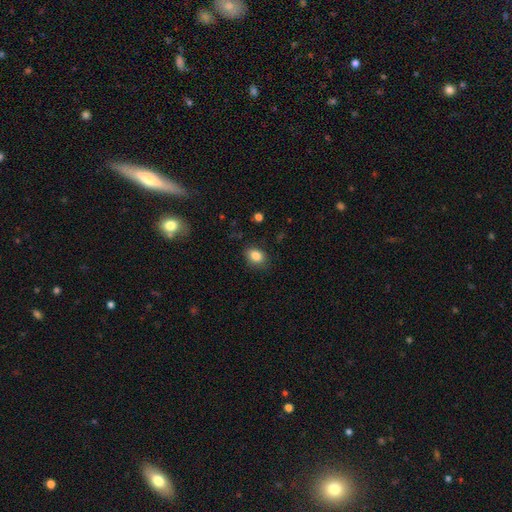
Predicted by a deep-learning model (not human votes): Morphology: type=smooth (86%); roundness=in between (71%); merging=none (83%).